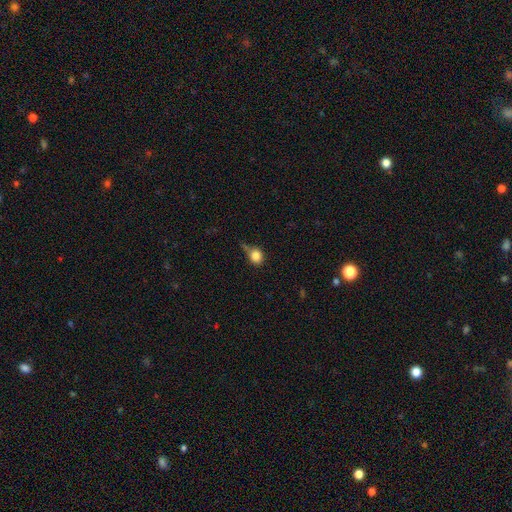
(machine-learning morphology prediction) A smooth galaxy with no disk features (82%) that is round (72%).

Vote fractions:
- Smooth or featured? smooth: 82% / star or artifact: 10% / featured or disk: 8%
- How rounded? round: 72% / in between: 26% / cigar-shaped: 1%
- Merging? none: 47% / minor disturbance: 32% / major disturbance: 14% / merger: 8%